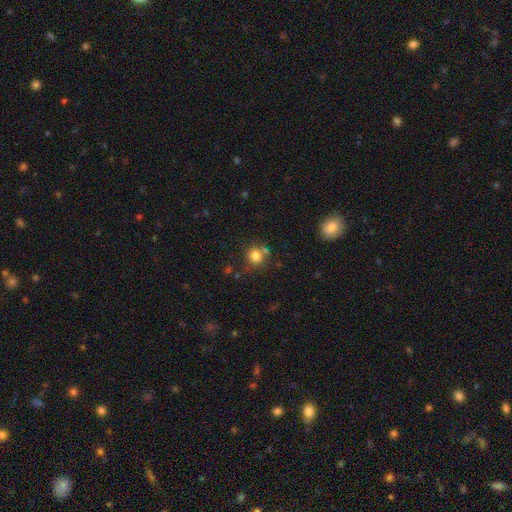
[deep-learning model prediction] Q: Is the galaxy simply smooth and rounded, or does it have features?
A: smooth — 80%.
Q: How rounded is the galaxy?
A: round — 88%.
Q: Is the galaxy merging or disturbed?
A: none — 70%.